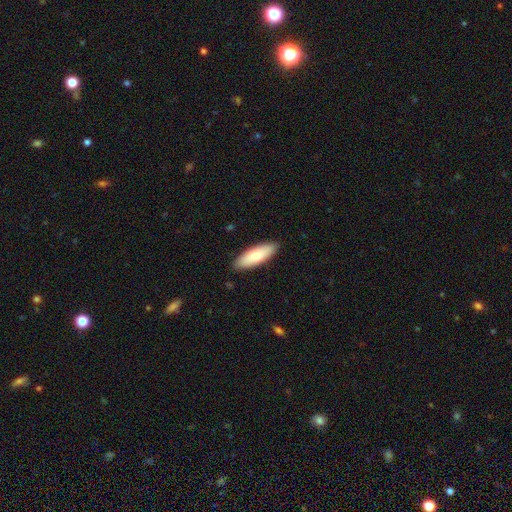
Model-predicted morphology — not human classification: The model was most divided on "how rounded": in between: 63%, cigar-shaped: 35%, round: 2%. More confident: merging — none (88%); smooth or featured — smooth (79%).